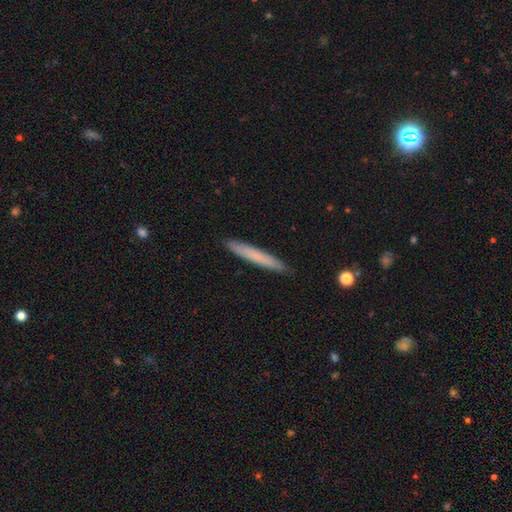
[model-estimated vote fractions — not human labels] This is likely a smooth galaxy (71%). How rounded: clearly cigar-shaped (96%). Merging: clearly none (91%).